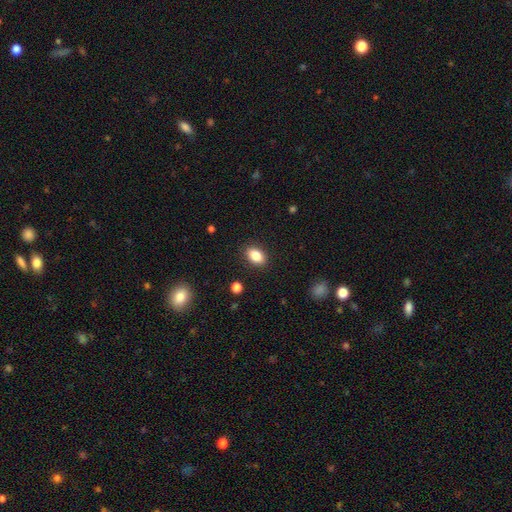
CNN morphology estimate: Q: Smooth or featured?
A: smooth (86%); runner-up: star or artifact (9%)
Q: How rounded?
A: in between (86%); runner-up: round (12%)
Q: Merging?
A: none (89%); runner-up: minor disturbance (8%)